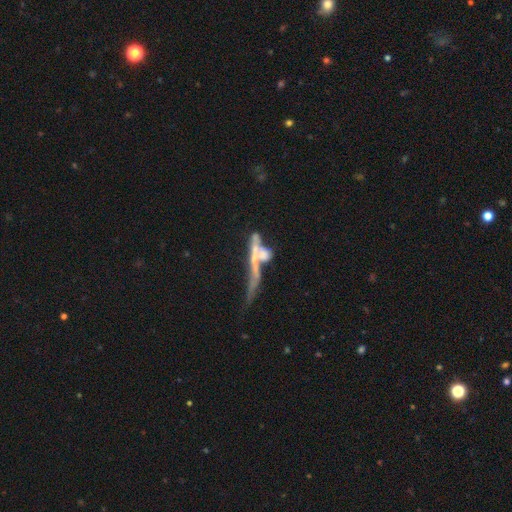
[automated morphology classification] Overall: featured or disk (57%; smooth 29%). Edge-on disk: yes (55%; no 45%). Merging: merger (45%; none 25%).